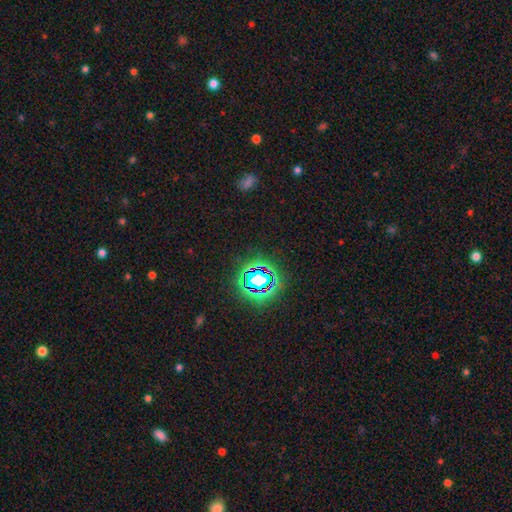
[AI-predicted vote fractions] This is likely a star or artifact rather than a galaxy (79%).